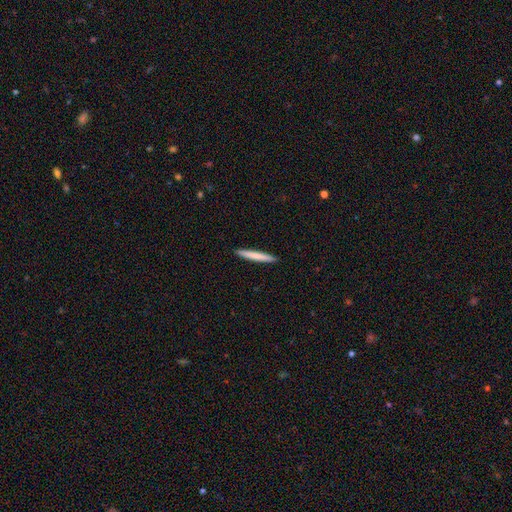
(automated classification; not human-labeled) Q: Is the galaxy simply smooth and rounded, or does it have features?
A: smooth — 76%.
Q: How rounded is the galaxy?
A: cigar-shaped — 96%.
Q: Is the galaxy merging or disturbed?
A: none — 93%.